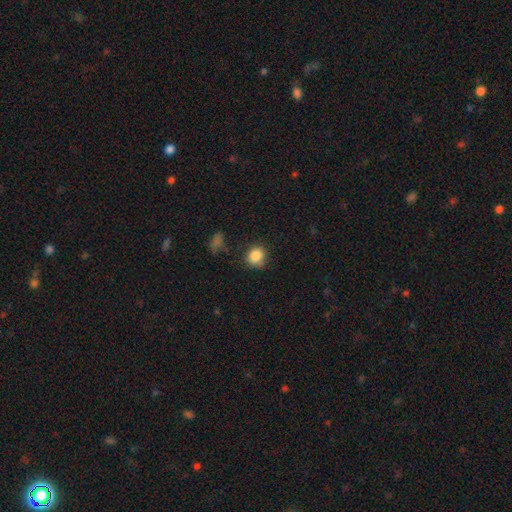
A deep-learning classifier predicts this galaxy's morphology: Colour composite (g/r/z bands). It shows a smooth galaxy with no disk features (86%) that is round (78%). Merging: none (76%).